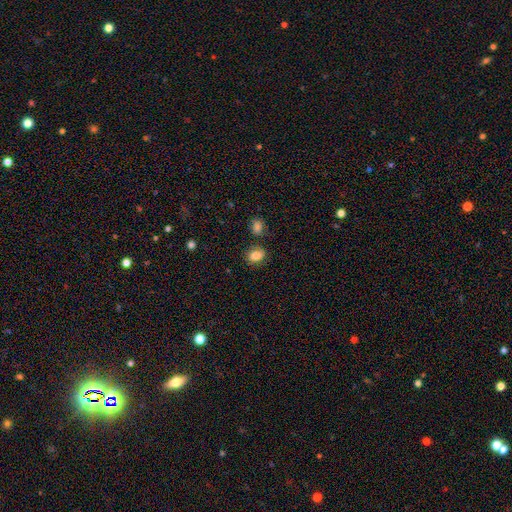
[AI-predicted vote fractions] smooth_or_featured: smooth (p=0.82) [alt: star or artifact p=0.09]
how_rounded: in between (p=0.71) [alt: round p=0.28]
merging: none (p=0.71) [alt: minor disturbance p=0.17]